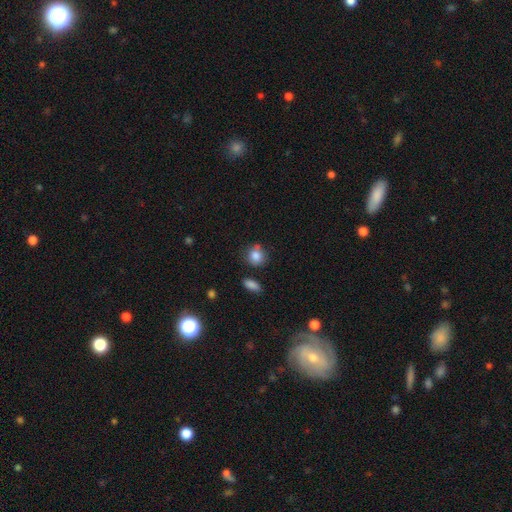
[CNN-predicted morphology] Overall: smooth (84%). How rounded: round (77%). Merging: none (68%).